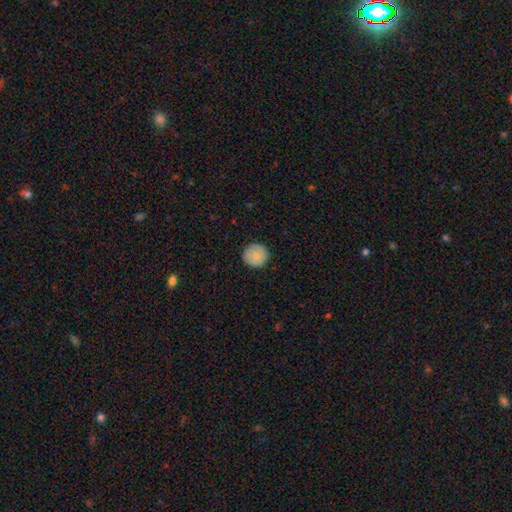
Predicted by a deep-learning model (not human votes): smooth_or_featured: smooth (p=0.85) [alt: featured or disk p=0.08]
how_rounded: round (p=0.95) [alt: in between p=0.04]
merging: none (p=0.91) [alt: minor disturbance p=0.07]